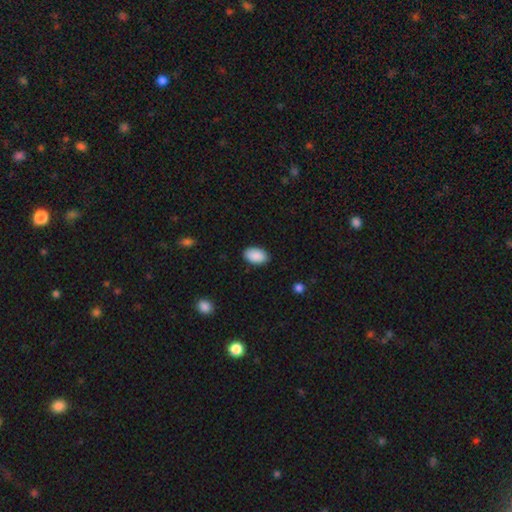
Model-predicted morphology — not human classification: type=smooth (91%); roundness=in between (93%); merging=none (89%).